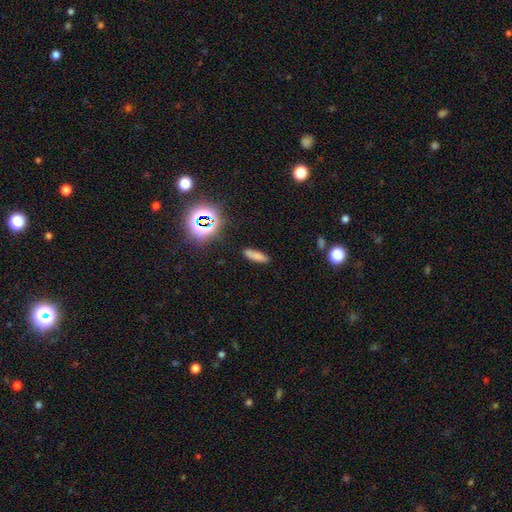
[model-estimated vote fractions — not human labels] smooth 76%, star or artifact 16%, featured or disk 9%. Down the decision tree: how rounded — cigar-shaped (60%); merging — none (86%).